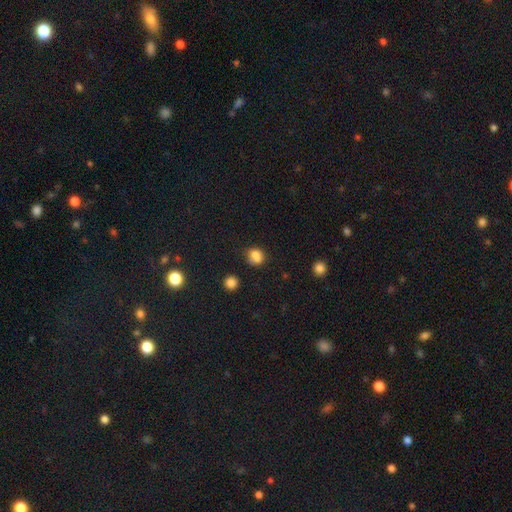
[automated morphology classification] Smooth or featured? smooth (77%)
How rounded? round (62%)
Merging? none (52%)